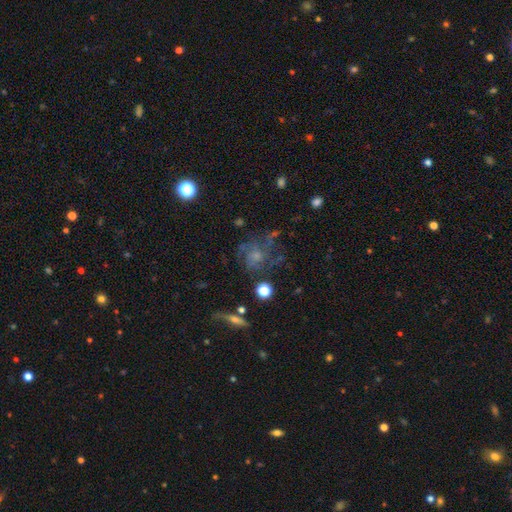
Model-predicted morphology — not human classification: type=featured or disk (57%); edge-on=no (96%); bar=no (82%); spiral arms=yes (70%); bulge=small (39%); merging=none (54%).